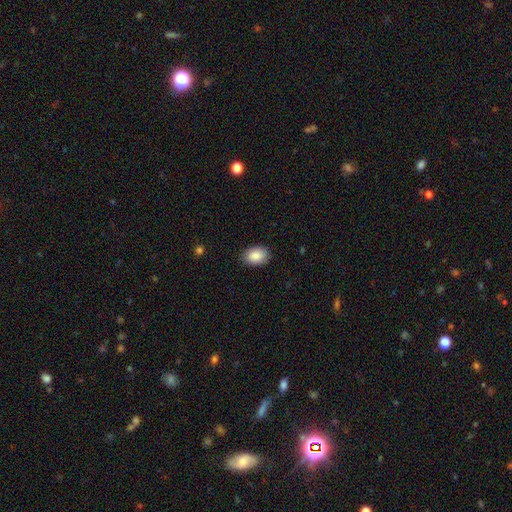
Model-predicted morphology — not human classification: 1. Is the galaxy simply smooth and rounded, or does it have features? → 87% smooth, 7% star or artifact, 6% featured or disk.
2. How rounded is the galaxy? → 82% in between, 17% round, 1% cigar-shaped.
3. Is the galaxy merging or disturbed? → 87% none, 10% minor disturbance, 2% major disturbance, 1% merger.